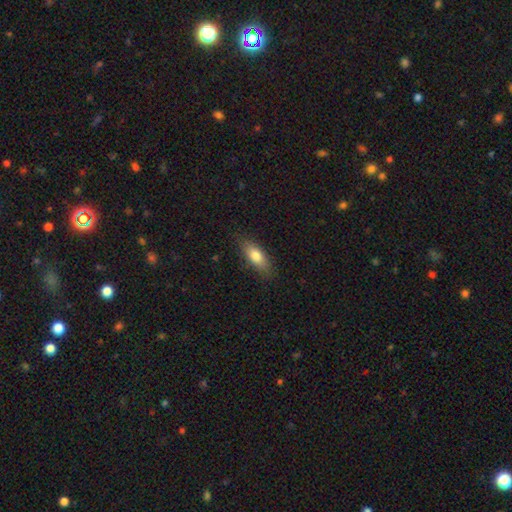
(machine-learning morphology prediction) A smooth galaxy with no disk features (78%) that is in between round and cigar-shaped (76%).

Vote fractions:
- Smooth or featured? smooth: 78% / featured or disk: 15% / star or artifact: 7%
- How rounded? in between: 76% / cigar-shaped: 20% / round: 3%
- Merging? none: 82% / minor disturbance: 14% / major disturbance: 3% / merger: 1%